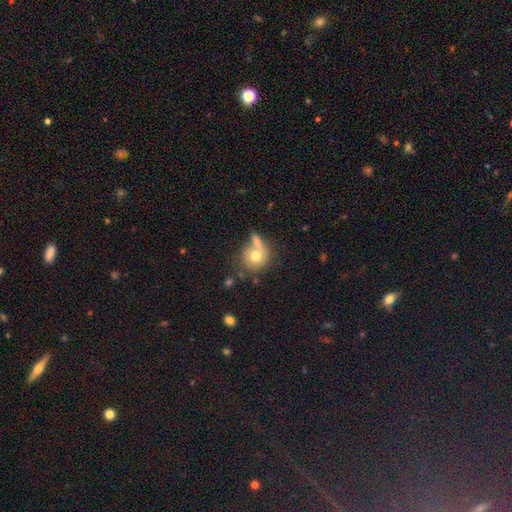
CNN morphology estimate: smooth-or-featured: smooth: 71% | featured or disk: 19% | star or artifact: 10%
  how-rounded: round: 83% | in between: 16% | cigar-shaped: 1%
  merging: none: 44% | merger: 35% | minor disturbance: 13% | major disturbance: 8%